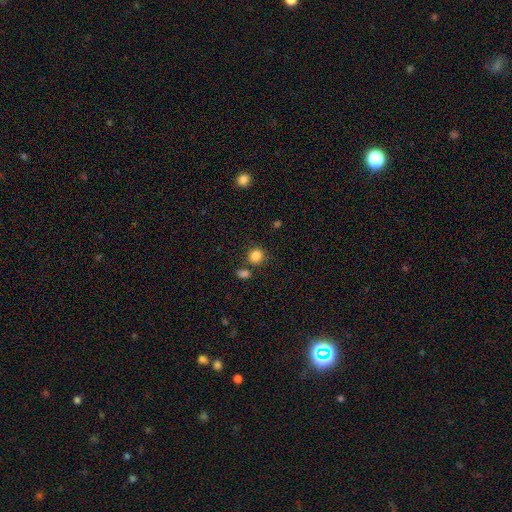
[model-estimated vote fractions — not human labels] Smooth or featured? smooth (85%)
How rounded? round (83%)
Merging? none (72%)